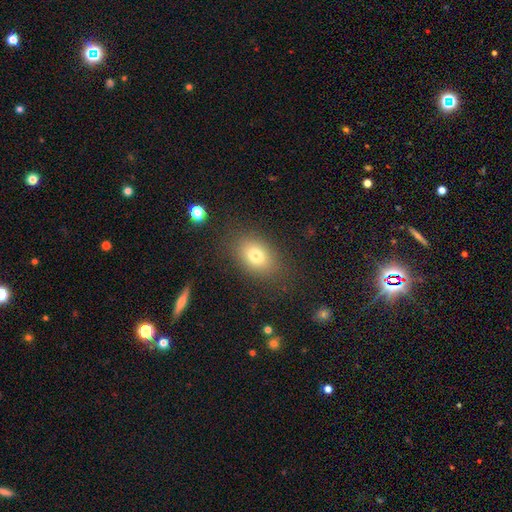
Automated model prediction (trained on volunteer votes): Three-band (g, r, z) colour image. It shows a smooth galaxy with no disk features (77%) that is in between round and cigar-shaped (77%). Merging: none (82%).